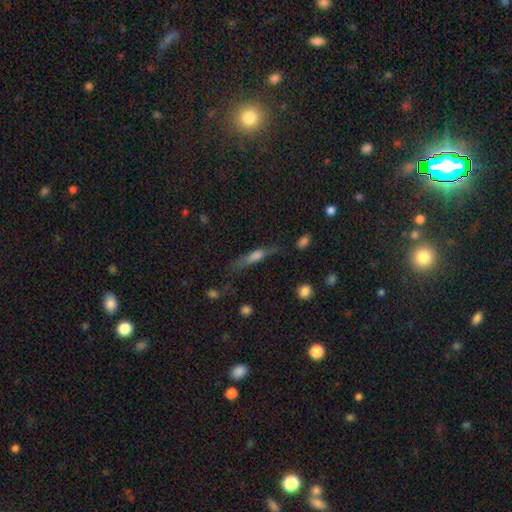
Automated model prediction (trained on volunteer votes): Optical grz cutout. It shows a smooth galaxy with no disk features (55%) that is cigar-shaped (71%). Merging: none (50%).